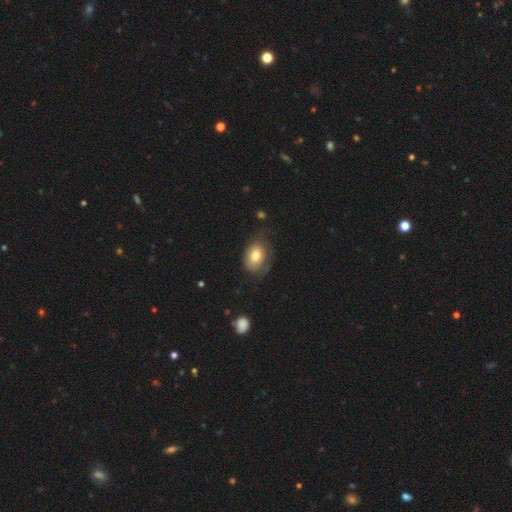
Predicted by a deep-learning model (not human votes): Overall: smooth (73%). How rounded: in between (73%). Merging: none (58%; minor disturbance 28%).